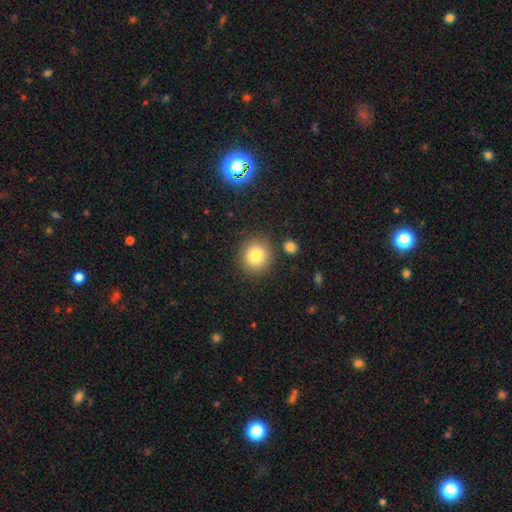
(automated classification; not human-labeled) This is clearly a smooth galaxy (82%). How rounded: clearly round (90%). Merging: clearly none (85%).